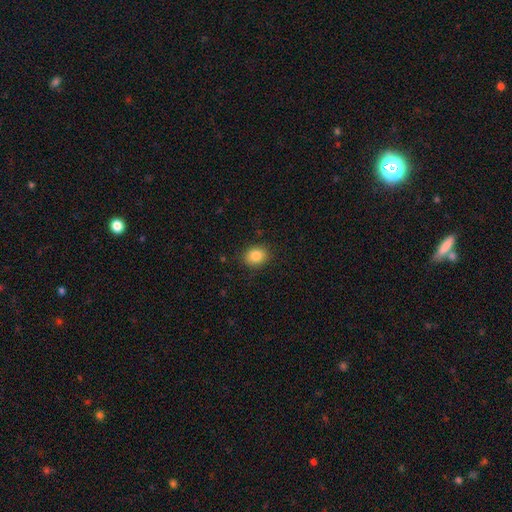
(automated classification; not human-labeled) smooth 85%, star or artifact 9%, featured or disk 5%. Down the decision tree: how rounded — round (59%); merging — none (87%).